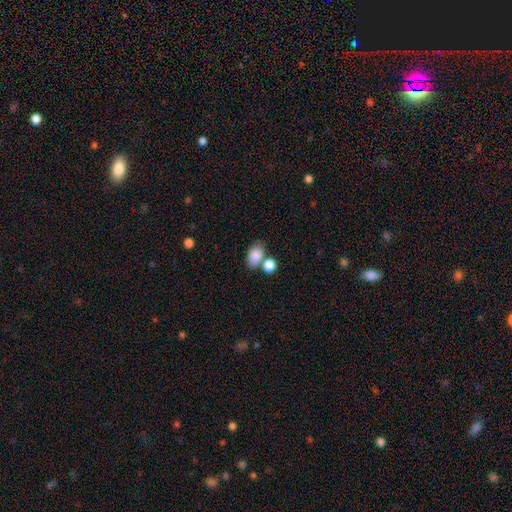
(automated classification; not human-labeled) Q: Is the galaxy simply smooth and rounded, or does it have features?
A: smooth — 85%.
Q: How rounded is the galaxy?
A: in between — 82%.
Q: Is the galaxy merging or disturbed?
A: none — 54%.